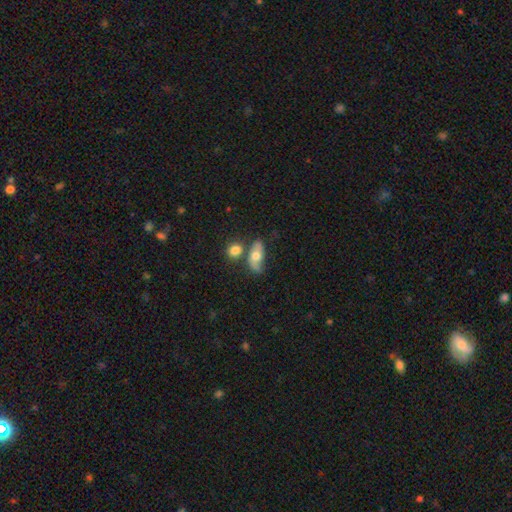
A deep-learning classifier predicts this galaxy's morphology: Smooth or featured?
  - smooth: 56% *
  - featured or disk: 36%
  - star or artifact: 8%
How rounded?
  - in between: 81% *
  - round: 9%
  - cigar-shaped: 9%
Merging?
  - none: 43% *
  - merger: 24%
  - minor disturbance: 21%
  - major disturbance: 12%